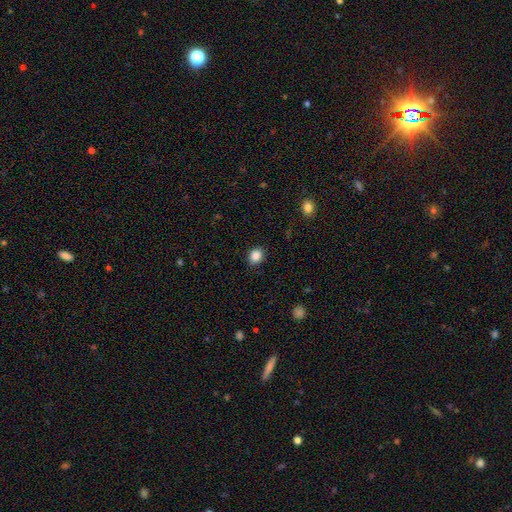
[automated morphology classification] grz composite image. It shows a smooth galaxy with no disk features (87%) that is round (62%). Merging: none (90%).